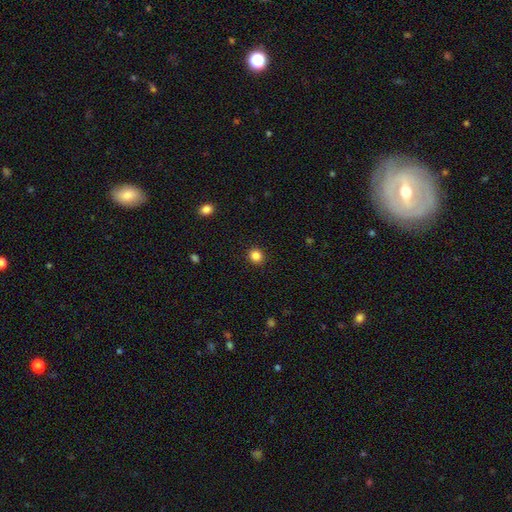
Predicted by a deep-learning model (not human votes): smooth-or-featured: smooth: 85% | star or artifact: 11% | featured or disk: 4%
  how-rounded: round: 87% | in between: 12% | cigar-shaped: 1%
  merging: none: 92% | minor disturbance: 5% | major disturbance: 2% | merger: 1%